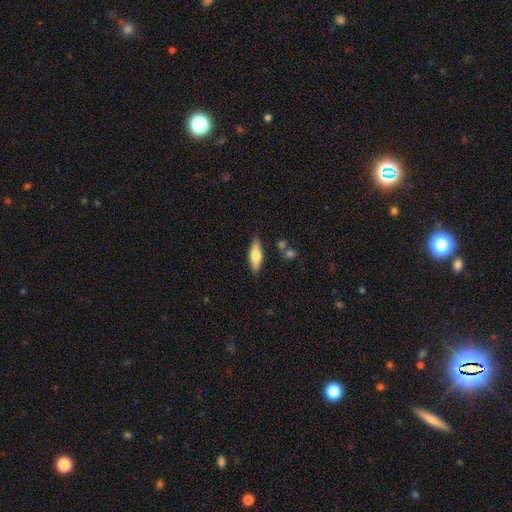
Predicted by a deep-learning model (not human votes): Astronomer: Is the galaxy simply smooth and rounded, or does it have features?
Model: smooth — 65%.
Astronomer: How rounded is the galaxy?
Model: in between — 57% (runner-up: cigar-shaped, 40%).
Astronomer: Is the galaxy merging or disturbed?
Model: none — 80%.